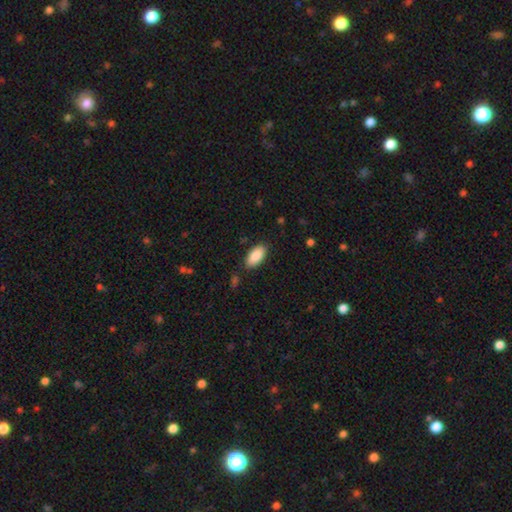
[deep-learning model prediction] Smooth or featured? Predicted: smooth (p=0.89). How rounded? Predicted: in between (p=0.93). Merging? Predicted: none (p=0.86).